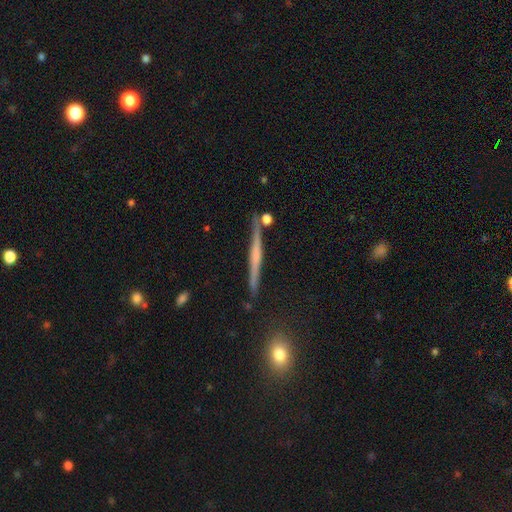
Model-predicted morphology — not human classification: featured or disk 65%, smooth 27%, star or artifact 8%. Down the decision tree: edge-on disk — yes (97%); edge-on bulge — none (52%); merging — none (85%).